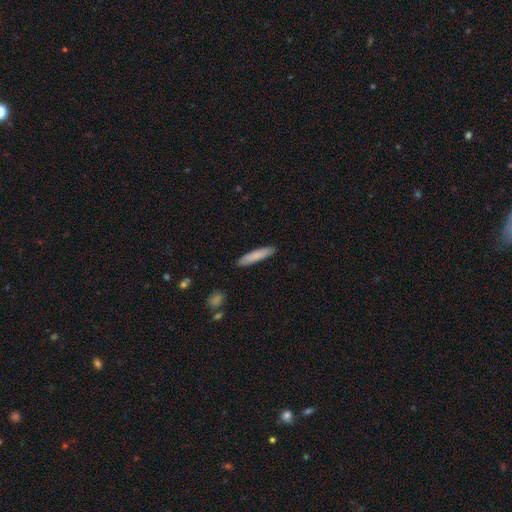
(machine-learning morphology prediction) type=smooth (83%); roundness=cigar-shaped (86%); merging=none (90%).